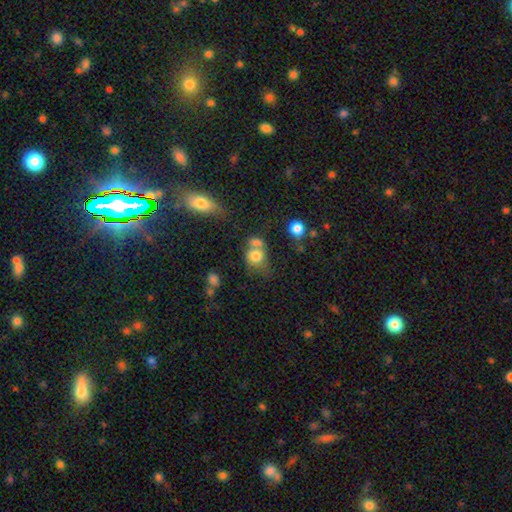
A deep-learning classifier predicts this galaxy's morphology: A smooth galaxy with no disk features (76%) that is round (58%).

Vote fractions:
- Smooth or featured? smooth: 76% / featured or disk: 13% / star or artifact: 11%
- How rounded? round: 58% / in between: 40% / cigar-shaped: 1%
- Merging? merger: 43% / none: 33% / minor disturbance: 15% / major disturbance: 9%